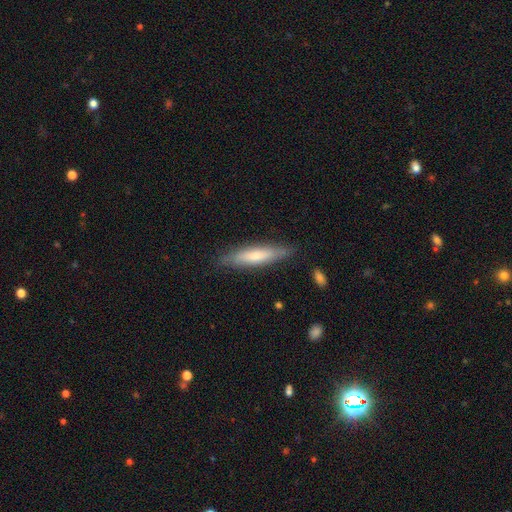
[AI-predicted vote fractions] smooth 63%, featured or disk 32%, star or artifact 6%. Down the decision tree: how rounded — cigar-shaped (80%); merging — none (82%).